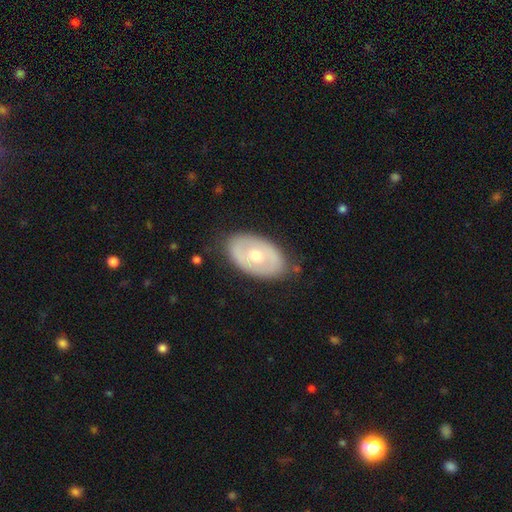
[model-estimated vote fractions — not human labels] smooth-or-featured: featured or disk: 51% | smooth: 44% | star or artifact: 5%
  disk-edge-on: no: 89% | yes: 11%
  merging: none: 81% | minor disturbance: 14% | major disturbance: 4% | merger: 1%